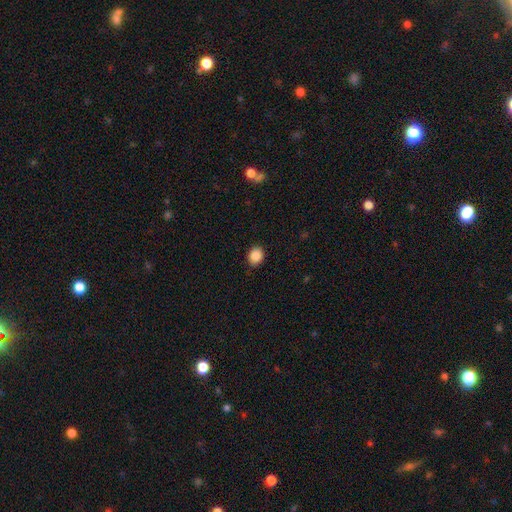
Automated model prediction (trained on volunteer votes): Morphology: type=smooth (88%); roundness=round (67%); merging=none (89%).